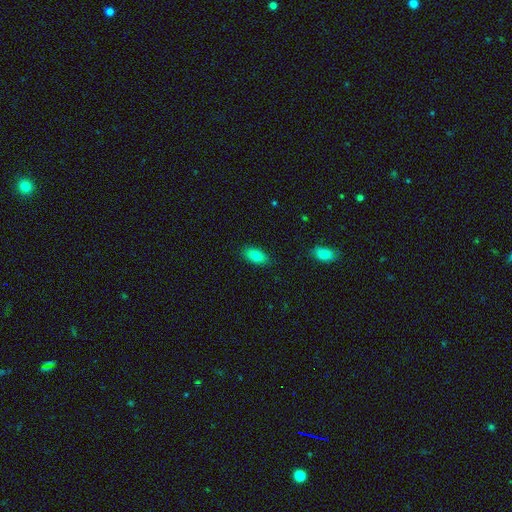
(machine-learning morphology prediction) smooth_or_featured: smooth (p=0.83) [alt: featured or disk p=0.09]
how_rounded: in between (p=0.89) [alt: cigar-shaped p=0.07]
merging: none (p=0.87) [alt: minor disturbance p=0.10]